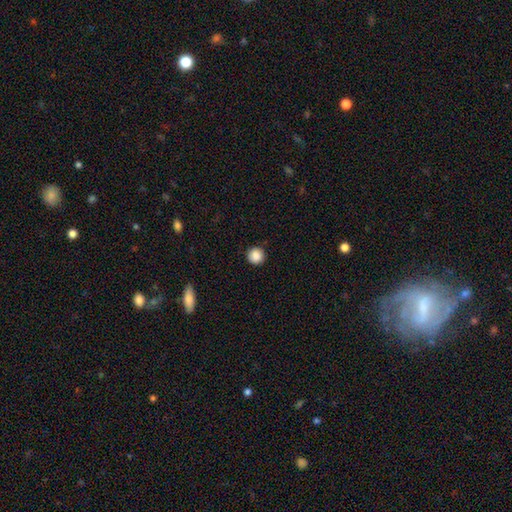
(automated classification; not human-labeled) Smooth or featured? Predicted: smooth (p=0.87). How rounded? Predicted: round (p=0.94). Merging? Predicted: none (p=0.90).